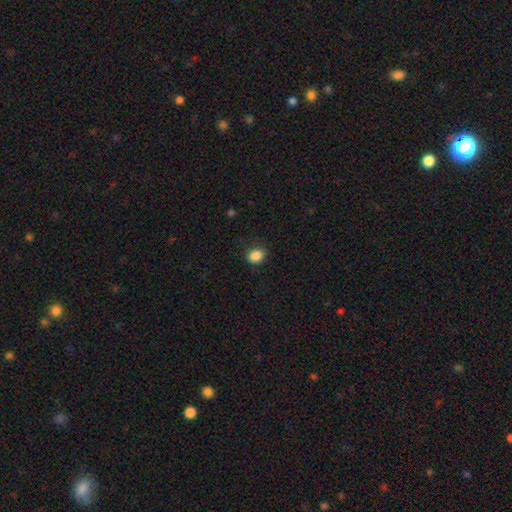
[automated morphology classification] Q: Smooth or featured?
A: smooth (87%); runner-up: star or artifact (10%)
Q: How rounded?
A: in between (57%); runner-up: round (42%)
Q: Merging?
A: none (81%); runner-up: minor disturbance (14%)